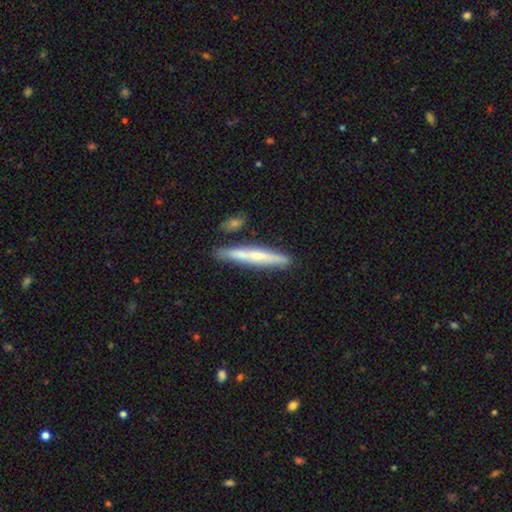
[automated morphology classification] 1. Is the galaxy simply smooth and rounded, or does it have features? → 48% smooth, 46% featured or disk, 6% star or artifact.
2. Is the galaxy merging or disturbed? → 83% none, 11% minor disturbance, 4% merger, 2% major disturbance.